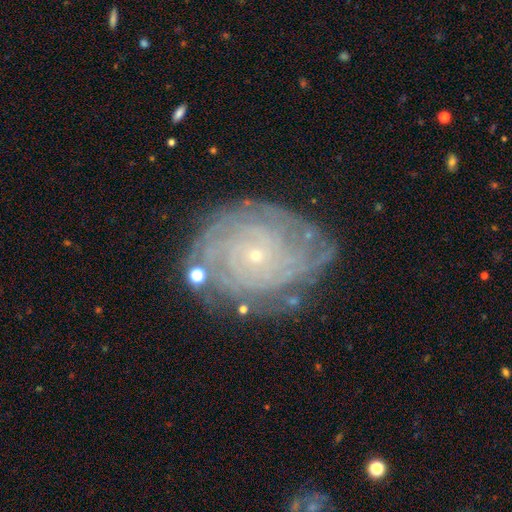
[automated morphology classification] Q: Smooth or featured?
A: featured or disk (85%); runner-up: smooth (8%)
Q: Edge-on disk?
A: no (97%); runner-up: yes (3%)
Q: Bar?
A: no (85%); runner-up: weak (12%)
Q: Spiral arms?
A: yes (95%); runner-up: no (5%)
Q: Spiral winding?
A: tight (83%); runner-up: medium (14%)
Q: Spiral arm count?
A: can't tell (33%); runner-up: 4 (20%)
Q: Bulge size?
A: small (89%); runner-up: moderate (8%)
Q: Merging?
A: none (74%); runner-up: minor disturbance (17%)